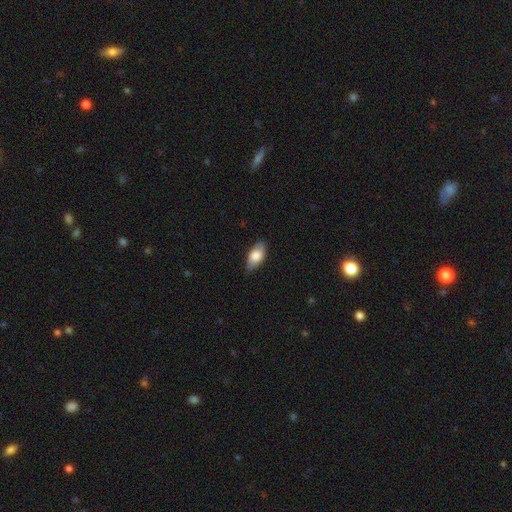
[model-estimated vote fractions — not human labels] Smooth or featured: smooth — 76% (featured or disk — 18%)
How rounded: in between — 90% (cigar-shaped — 6%)
Merging: none — 79% (minor disturbance — 17%)